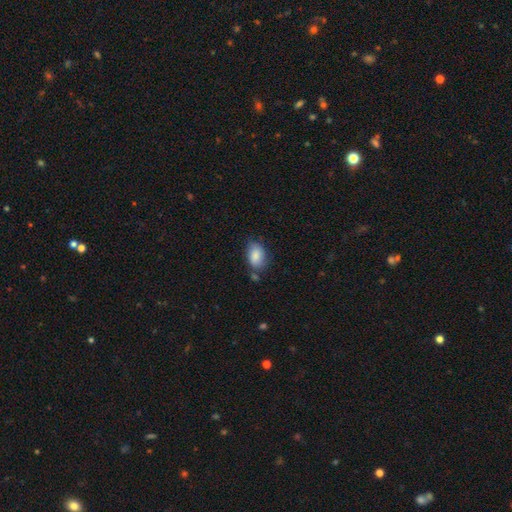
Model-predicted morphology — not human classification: smooth_or_featured: smooth (p=0.85) [alt: featured or disk p=0.08]
how_rounded: in between (p=0.88) [alt: round p=0.11]
merging: none (p=0.63) [alt: minor disturbance p=0.25]